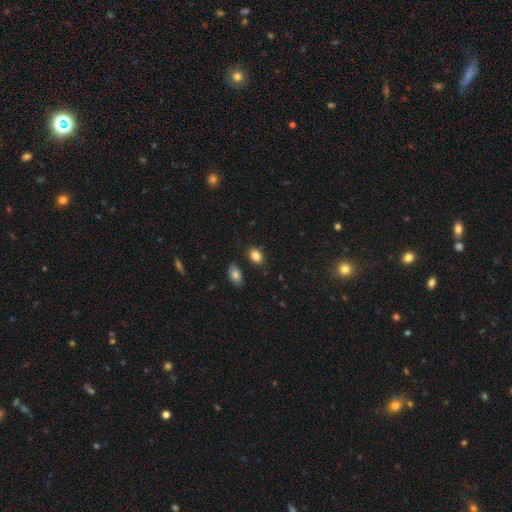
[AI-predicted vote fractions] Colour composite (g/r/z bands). It shows a smooth galaxy with no disk features (85%) that is in between round and cigar-shaped (79%). Merging: none (81%).